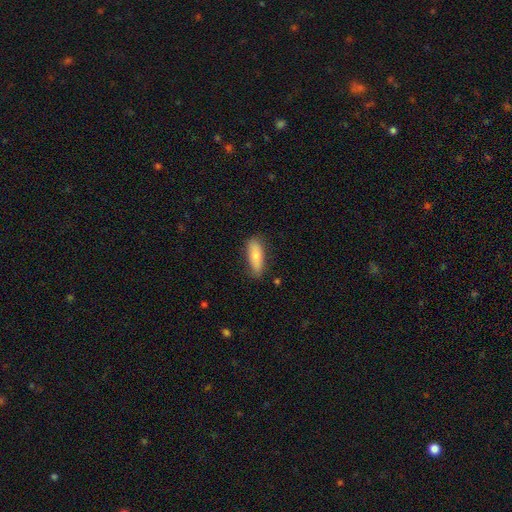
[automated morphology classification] This is likely a smooth galaxy (77%). How rounded: likely in between (63%). Merging: likely none (78%).